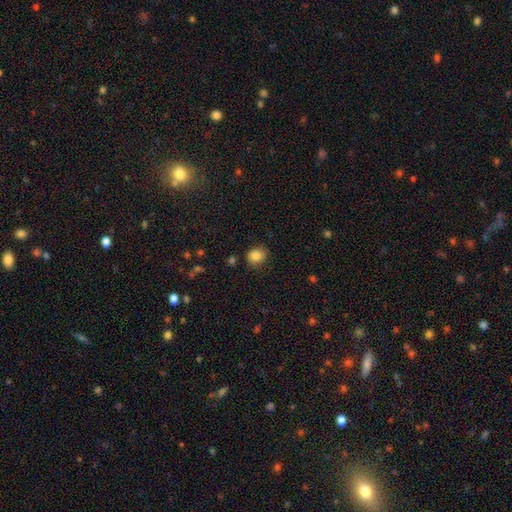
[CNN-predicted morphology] smooth 84%, star or artifact 10%, featured or disk 6%. Down the decision tree: how rounded — round (74%); merging — none (82%).